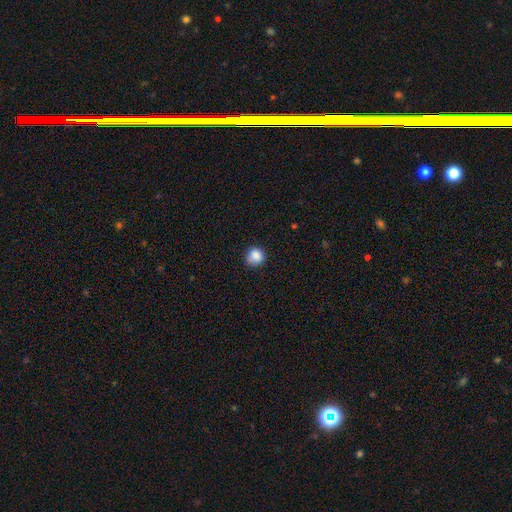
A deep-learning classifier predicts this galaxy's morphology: smooth-or-featured: smooth: 85% | star or artifact: 9% | featured or disk: 5%
  how-rounded: round: 86% | in between: 13% | cigar-shaped: 1%
  merging: none: 72% | minor disturbance: 22% | major disturbance: 4% | merger: 2%